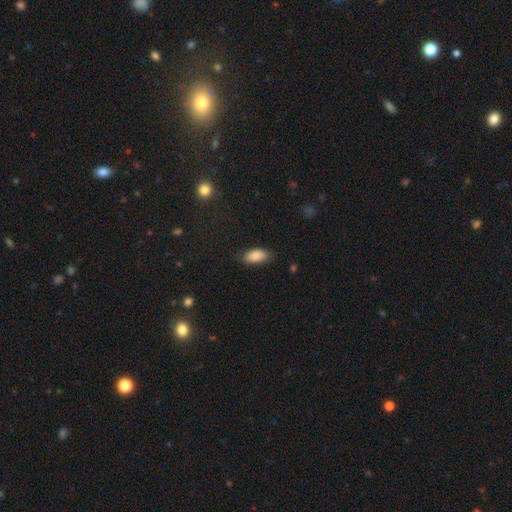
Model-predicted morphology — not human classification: Smooth or featured?
  - smooth: 86% *
  - star or artifact: 7%
  - featured or disk: 7%
How rounded?
  - in between: 92% *
  - cigar-shaped: 5%
  - round: 3%
Merging?
  - none: 80% *
  - minor disturbance: 15%
  - major disturbance: 3%
  - merger: 1%